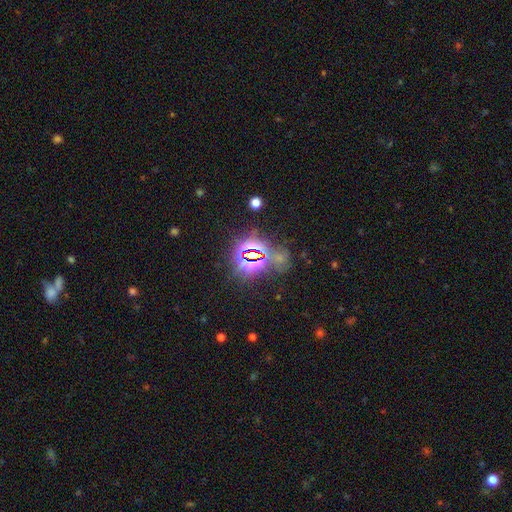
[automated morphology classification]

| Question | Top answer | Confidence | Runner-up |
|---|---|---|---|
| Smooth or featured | star or artifact | 81% | smooth (11%) |